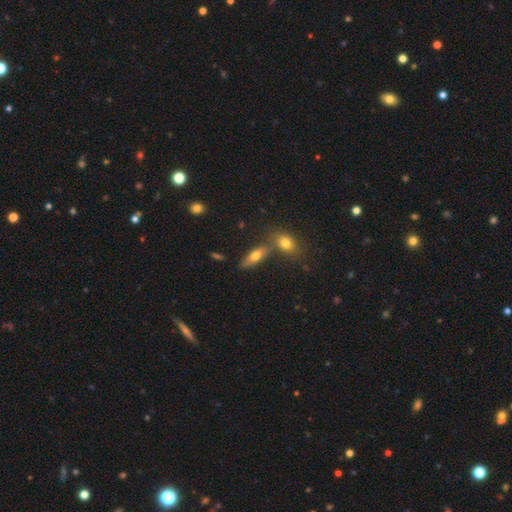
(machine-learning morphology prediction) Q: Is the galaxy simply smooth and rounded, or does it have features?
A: smooth — 64%.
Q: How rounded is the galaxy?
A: in between — 66%.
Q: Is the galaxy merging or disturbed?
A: none — 61%.